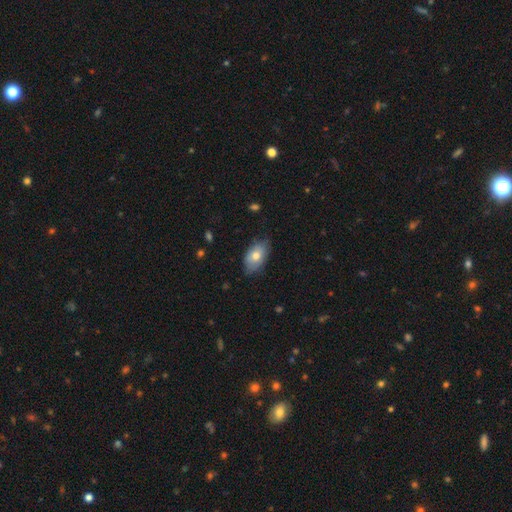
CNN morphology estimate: smooth_or_featured: smooth (p=0.72) [alt: featured or disk p=0.21]
how_rounded: in between (p=0.92) [alt: round p=0.06]
merging: none (p=0.75) [alt: minor disturbance p=0.21]